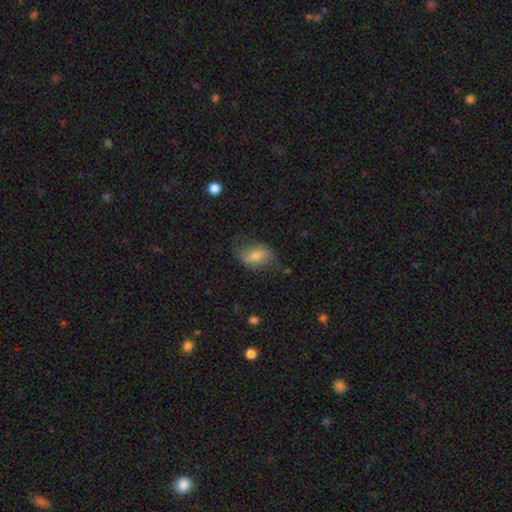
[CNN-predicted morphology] A smooth galaxy with no disk features (49%).

Vote fractions:
- Smooth or featured? smooth: 49% / featured or disk: 43% / star or artifact: 8%
- Merging? none: 62% / minor disturbance: 24% / major disturbance: 13% / merger: 2%